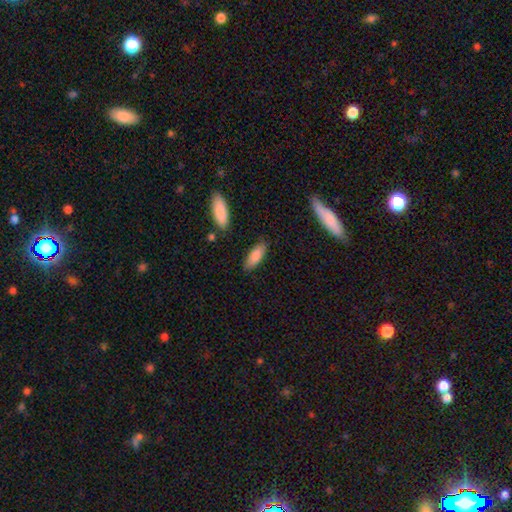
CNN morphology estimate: Smooth or featured? Predicted: smooth (p=0.84). How rounded? Predicted: in between (p=0.72). Merging? Predicted: none (p=0.82).